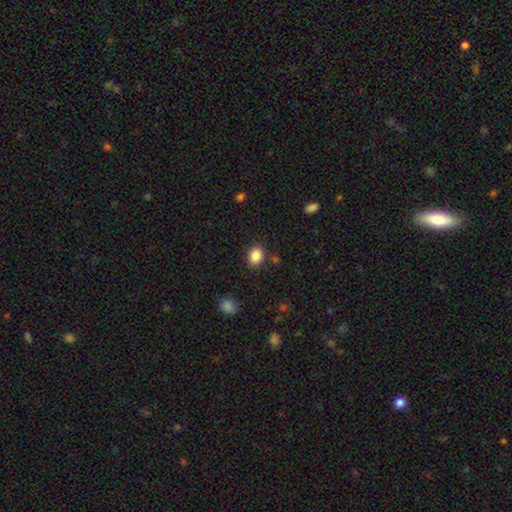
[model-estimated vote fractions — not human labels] Morphology: type=smooth (86%); roundness=in between (53%); merging=none (86%).